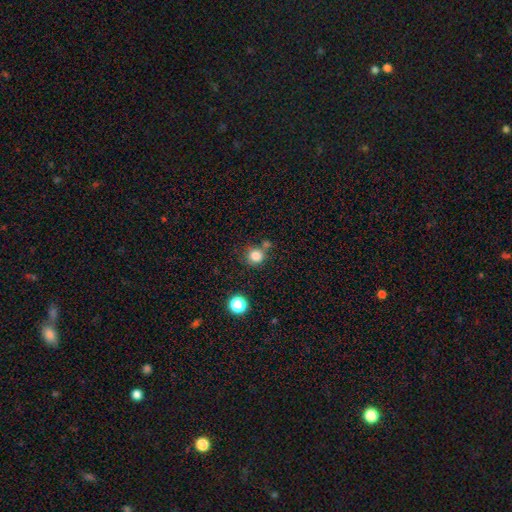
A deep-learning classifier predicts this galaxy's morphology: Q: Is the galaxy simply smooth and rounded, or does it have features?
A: smooth — 82%.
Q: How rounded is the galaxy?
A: round — 90%.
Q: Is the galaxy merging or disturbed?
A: none — 67%.